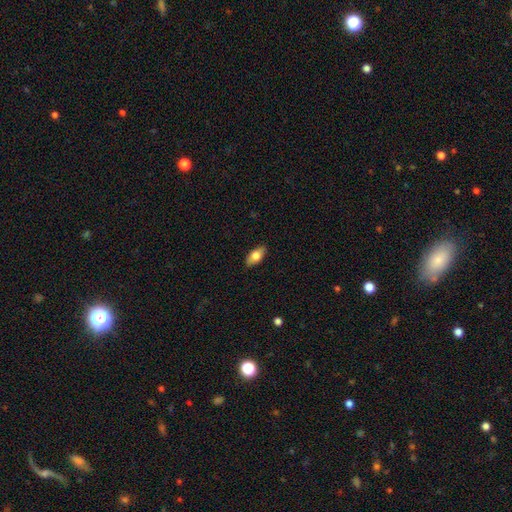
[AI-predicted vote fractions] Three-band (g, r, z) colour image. It shows a smooth galaxy with no disk features (73%) that is in between round and cigar-shaped (88%). Merging: none (87%).